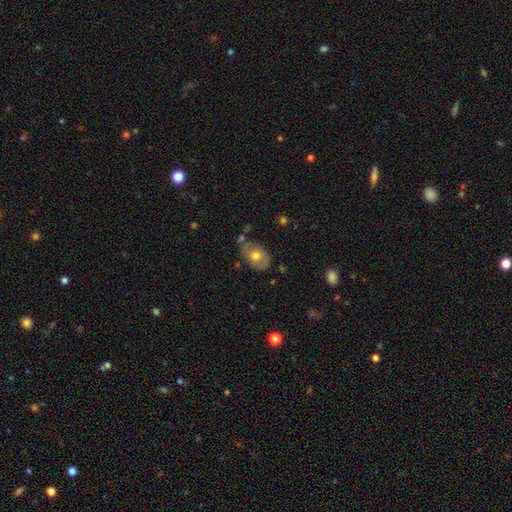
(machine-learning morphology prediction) Smooth or featured?
  - smooth: 56% *
  - featured or disk: 36%
  - star or artifact: 8%
How rounded?
  - in between: 77% *
  - round: 21%
  - cigar-shaped: 1%
Merging?
  - none: 59% *
  - minor disturbance: 25%
  - major disturbance: 8%
  - merger: 7%